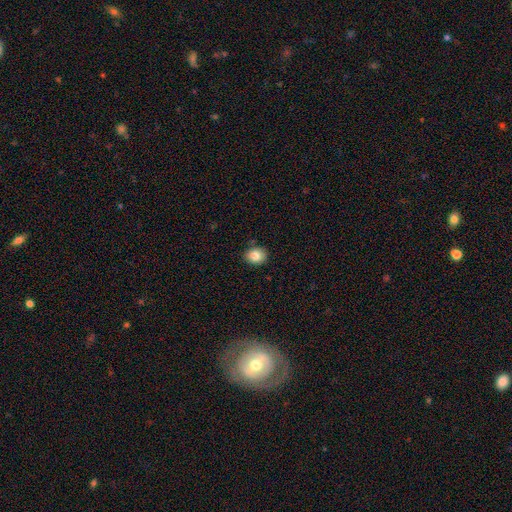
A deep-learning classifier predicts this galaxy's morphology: Smooth or featured? smooth (85%)
How rounded? round (60%)
Merging? none (84%)